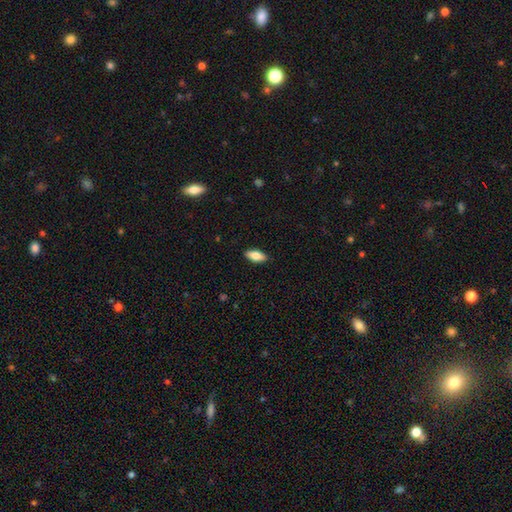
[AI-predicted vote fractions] A smooth galaxy with no disk features (78%) that is in between round and cigar-shaped (84%). Merging: none (89%).